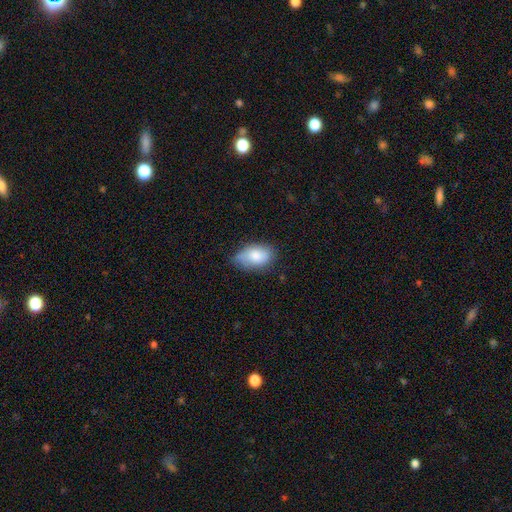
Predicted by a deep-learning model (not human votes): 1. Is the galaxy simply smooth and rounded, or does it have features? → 80% smooth, 13% featured or disk, 7% star or artifact.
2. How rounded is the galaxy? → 91% in between, 7% round, 2% cigar-shaped.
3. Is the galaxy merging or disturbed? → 62% none, 31% minor disturbance, 6% major disturbance, 2% merger.